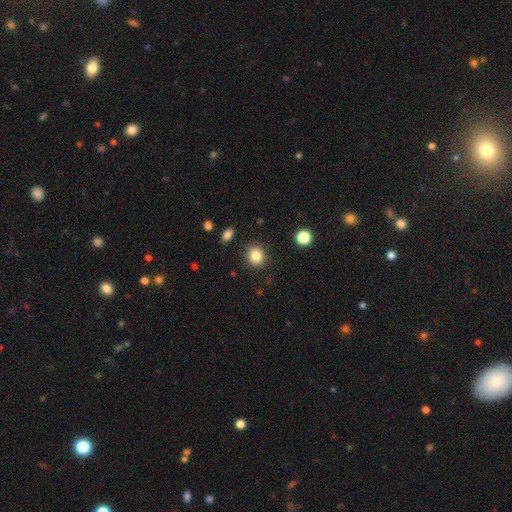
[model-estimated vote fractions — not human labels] Smooth or featured? smooth (85%)
How rounded? round (76%)
Merging? none (88%)